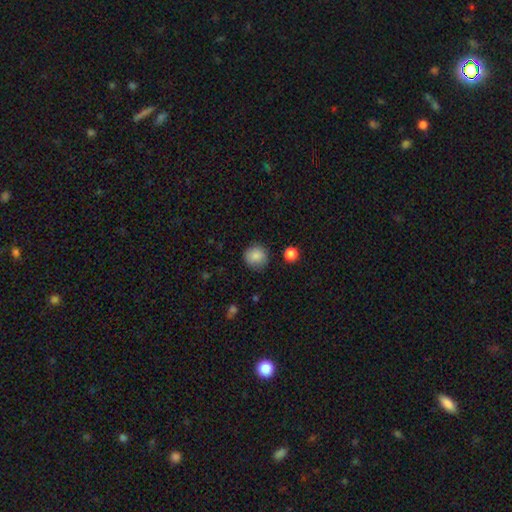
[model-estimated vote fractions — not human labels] This is clearly a smooth galaxy (86%). How rounded: clearly round (92%). Merging: clearly none (86%).